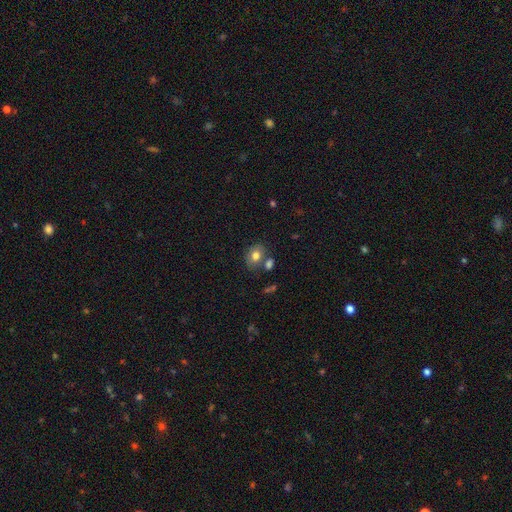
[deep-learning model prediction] A smooth galaxy with no disk features (77%) that is in between round and cigar-shaped (57%).

Vote fractions:
- Smooth or featured? smooth: 77% / featured or disk: 13% / star or artifact: 10%
- How rounded? in between: 57% / round: 42% / cigar-shaped: 1%
- Merging? none: 63% / merger: 19% / minor disturbance: 14% / major disturbance: 4%